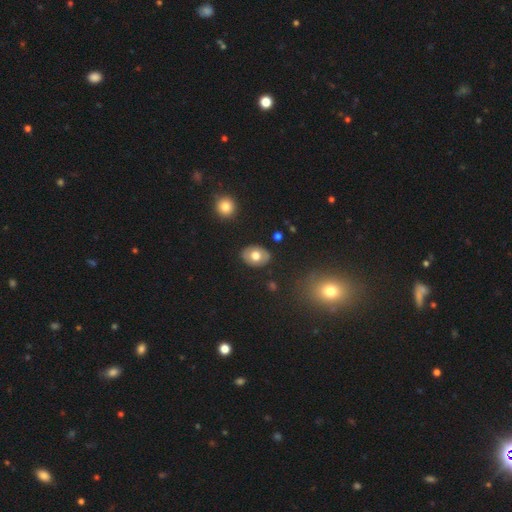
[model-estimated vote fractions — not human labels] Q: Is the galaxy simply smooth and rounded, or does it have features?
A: smooth — 65%.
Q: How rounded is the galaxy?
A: in between — 70%.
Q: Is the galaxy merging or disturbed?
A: none — 87%.